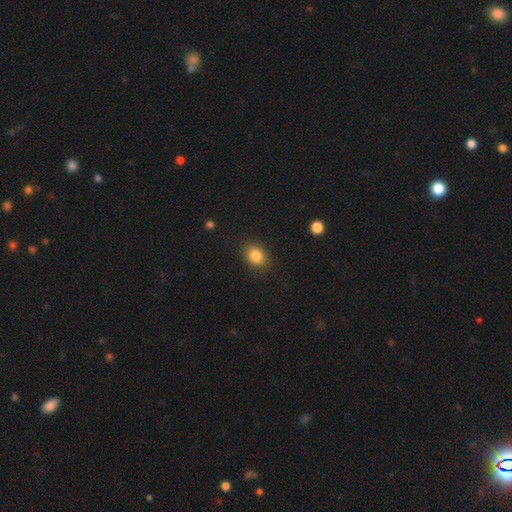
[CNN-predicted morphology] Smooth or featured?
  - smooth: 84% *
  - star or artifact: 10%
  - featured or disk: 6%
How rounded?
  - in between: 59% *
  - round: 40%
  - cigar-shaped: 1%
Merging?
  - none: 87% *
  - minor disturbance: 9%
  - major disturbance: 3%
  - merger: 1%